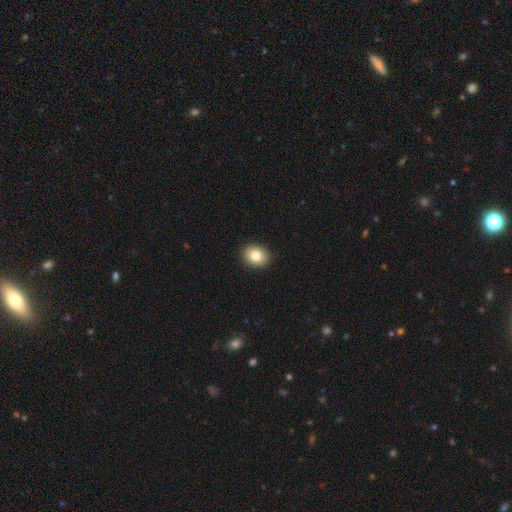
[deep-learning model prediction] The model was most divided on "how rounded": round: 55%, in between: 44%, cigar-shaped: 1%. More confident: merging — none (92%); smooth or featured — smooth (82%).